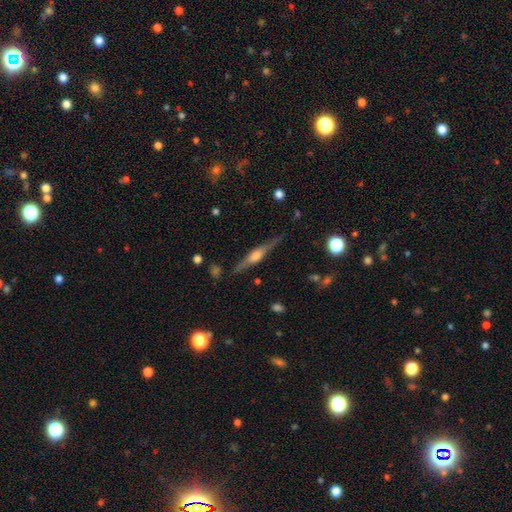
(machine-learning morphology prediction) smooth_or_featured: featured or disk (p=0.76) [alt: smooth p=0.18]
disk_edge_on: yes (p=0.97) [alt: no p=0.03]
edge_on_bulge: rounded (p=0.84) [alt: boxy p=0.12]
merging: none (p=0.84) [alt: minor disturbance p=0.11]